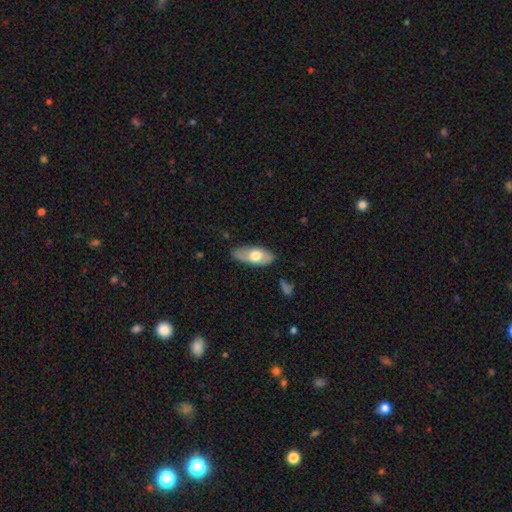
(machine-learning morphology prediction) This is possibly a smooth galaxy (60%). How rounded: clearly in between (85%). Merging: likely none (76%).